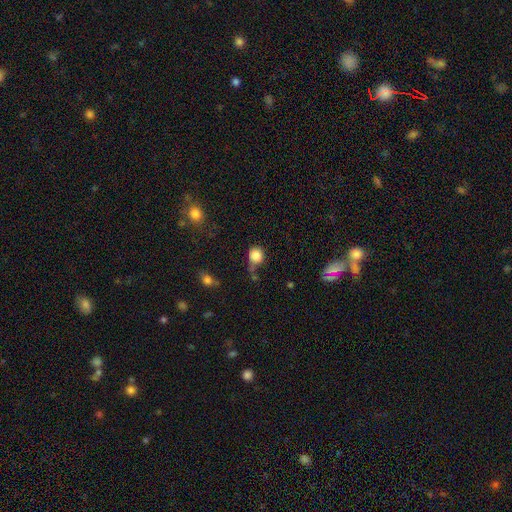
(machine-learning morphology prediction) type=smooth (84%); roundness=round (84%); merging=none (49%).